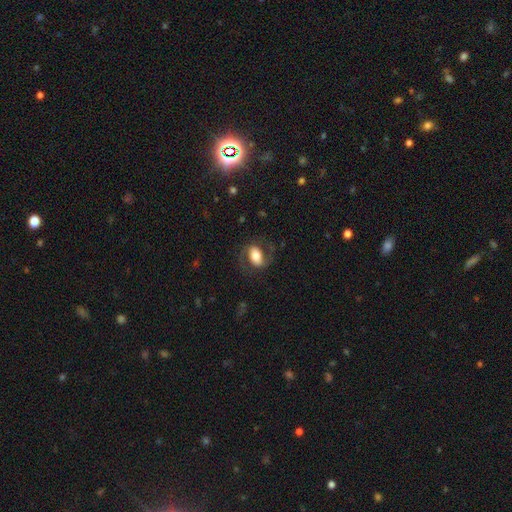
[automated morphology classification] Smooth or featured? Predicted: featured or disk (p=0.53). Edge-on disk? Predicted: no (p=0.95). Bar? Predicted: no (p=0.34, tied with strong). Spiral arms? Predicted: yes (p=0.81). Bulge size? Predicted: moderate (p=0.45). Merging? Predicted: none (p=0.68).